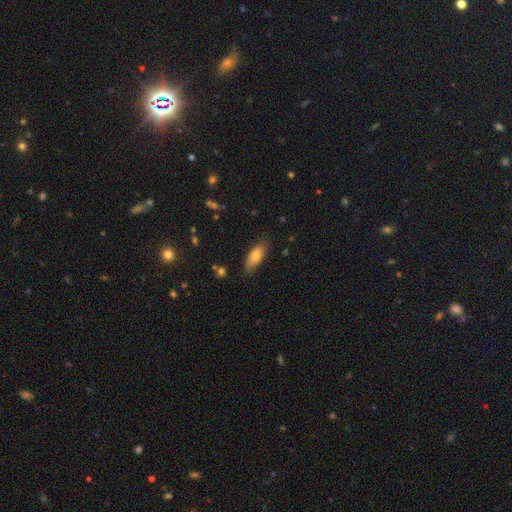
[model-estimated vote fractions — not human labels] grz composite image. It shows a smooth galaxy with no disk features (74%) that is in between round and cigar-shaped (76%). Merging: none (76%).